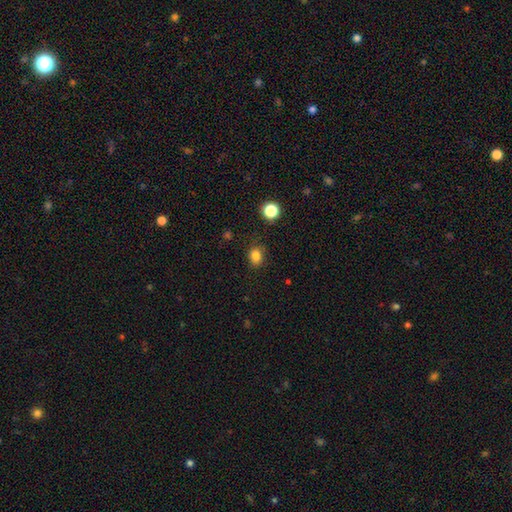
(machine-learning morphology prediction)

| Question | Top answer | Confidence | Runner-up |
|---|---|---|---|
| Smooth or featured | smooth | 83% | star or artifact (13%) |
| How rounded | in between | 50% | round (49%) |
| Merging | none | 81% | minor disturbance (14%) |